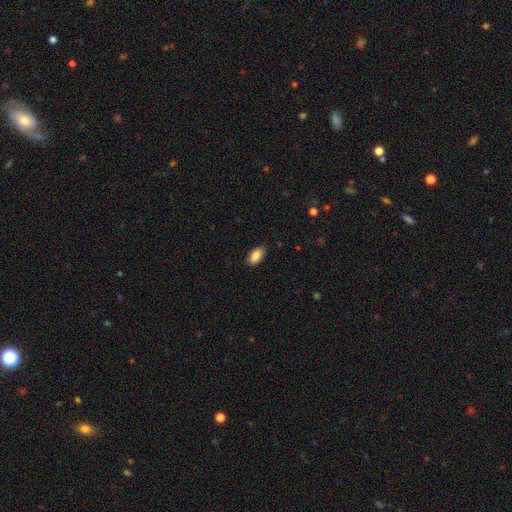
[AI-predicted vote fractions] This is clearly a smooth galaxy (86%). How rounded: clearly in between (92%). Merging: clearly none (85%).